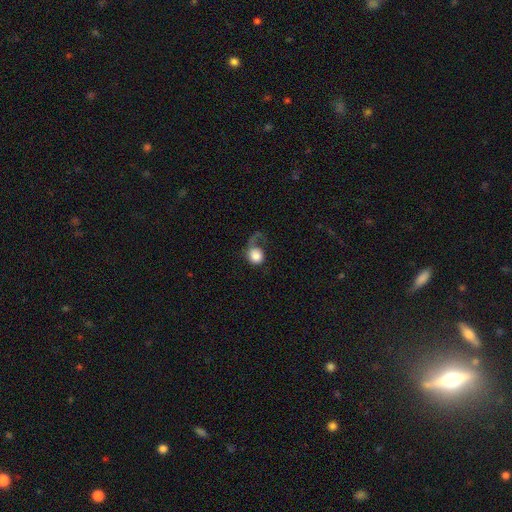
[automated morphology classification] Smooth or featured? Predicted: smooth (p=0.69). How rounded? Predicted: round (p=0.80). Merging? Predicted: major disturbance (p=0.48).